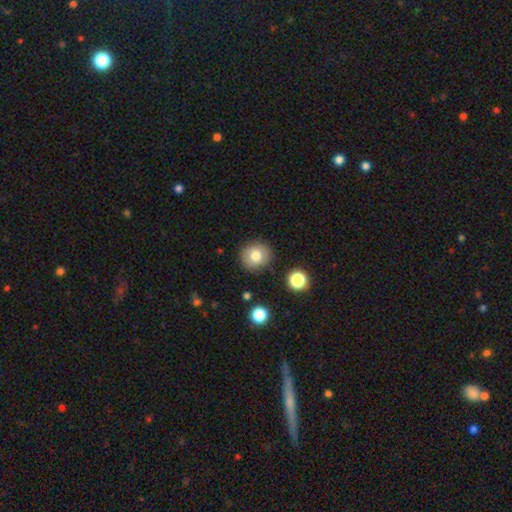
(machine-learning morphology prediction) Smooth or featured? smooth (79%)
How rounded? round (89%)
Merging? none (87%)